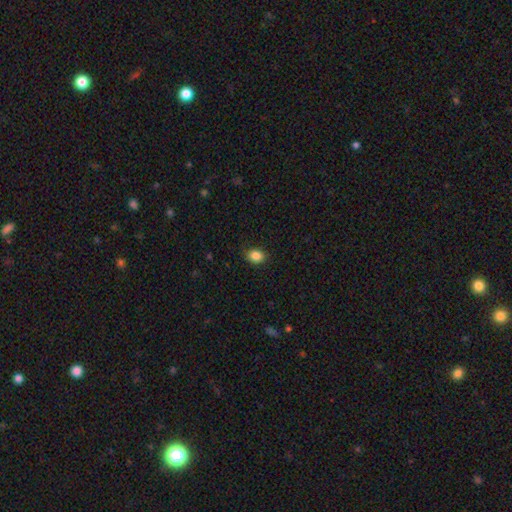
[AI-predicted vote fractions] Smooth or featured: smooth — 86% (star or artifact — 9%)
How rounded: in between — 61% (round — 38%)
Merging: none — 84% (minor disturbance — 12%)